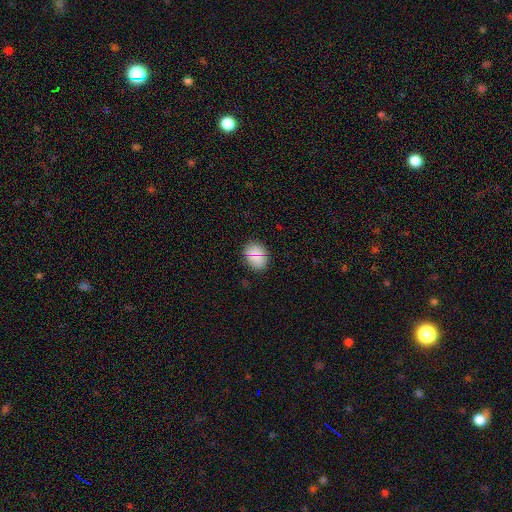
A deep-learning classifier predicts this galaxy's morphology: This is likely a smooth galaxy (77%). How rounded: possibly round (50%). Merging: clearly none (87%).